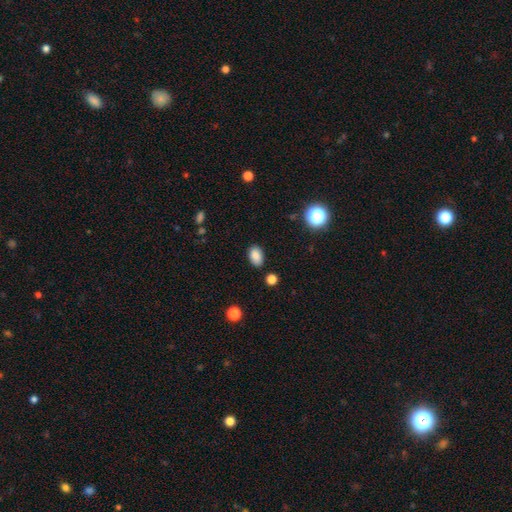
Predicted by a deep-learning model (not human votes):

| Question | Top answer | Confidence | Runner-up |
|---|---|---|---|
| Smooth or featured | smooth | 86% | star or artifact (10%) |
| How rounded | in between | 87% | round (11%) |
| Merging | none | 85% | minor disturbance (10%) |